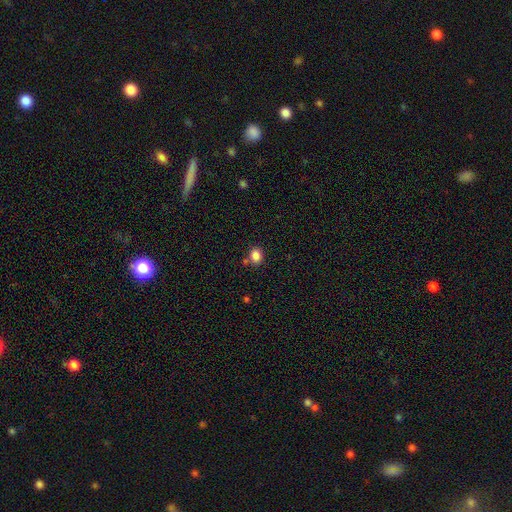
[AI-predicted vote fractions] Smooth or featured: smooth — 85% (star or artifact — 10%)
How rounded: in between — 53% (round — 46%)
Merging: none — 75% (minor disturbance — 12%)